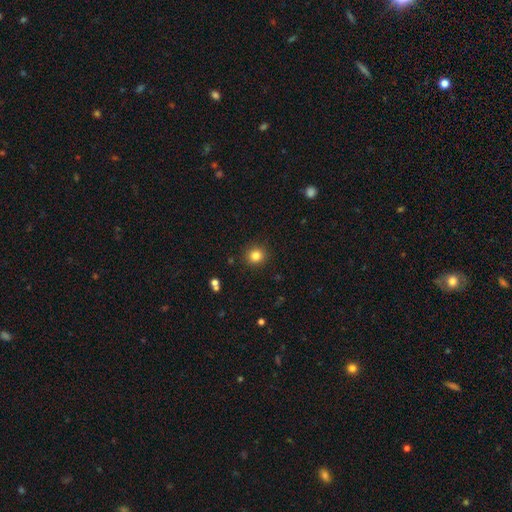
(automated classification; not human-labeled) This appears to be a smooth galaxy with no disk features (83%) that is round (89%). Merging: none (91%).